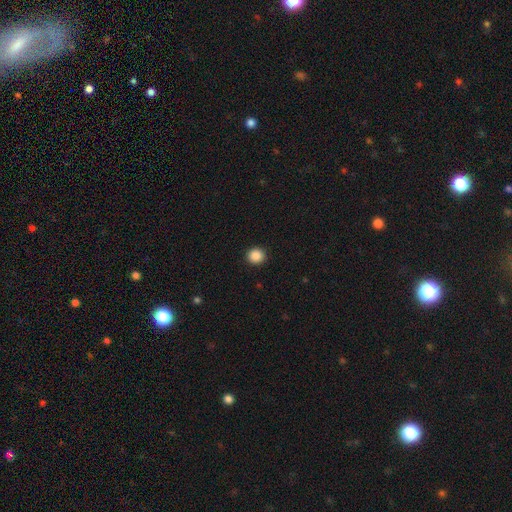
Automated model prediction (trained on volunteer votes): Smooth or featured?
  - smooth: 88% *
  - star or artifact: 9%
  - featured or disk: 2%
How rounded?
  - round: 91% *
  - in between: 8%
  - cigar-shaped: 1%
Merging?
  - none: 93% *
  - minor disturbance: 5%
  - major disturbance: 2%
  - merger: 1%